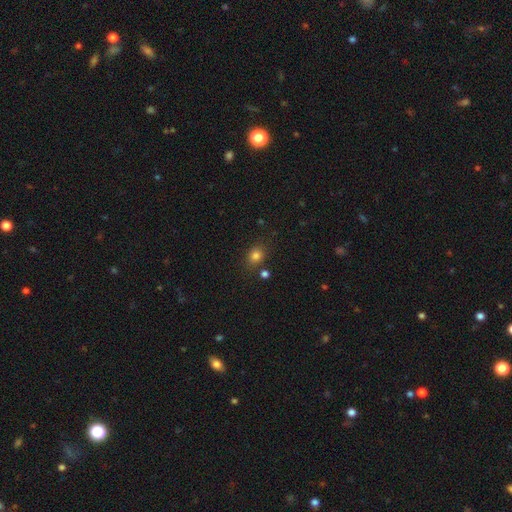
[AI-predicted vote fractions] Smooth or featured? Predicted: smooth (p=0.79). How rounded? Predicted: round (p=0.59). Merging? Predicted: none (p=0.77).